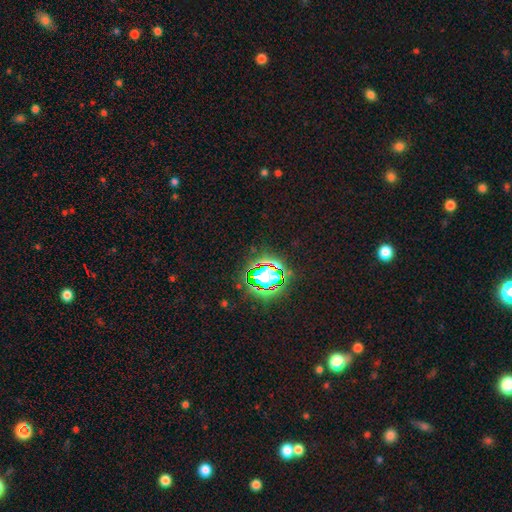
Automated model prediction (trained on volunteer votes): A star or artifact, not a galaxy (81%).